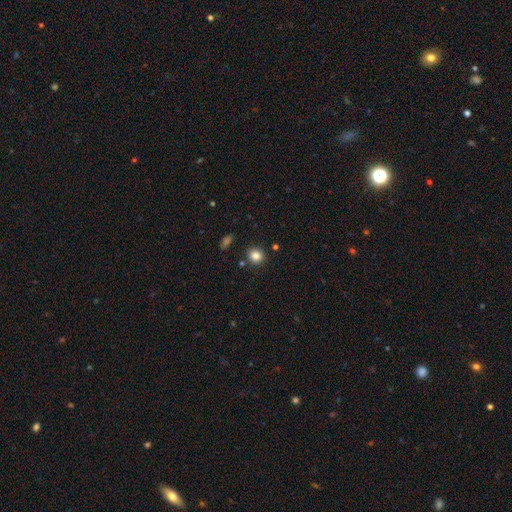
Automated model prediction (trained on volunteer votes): Morphology: type=smooth (83%); roundness=round (86%); merging=none (87%).